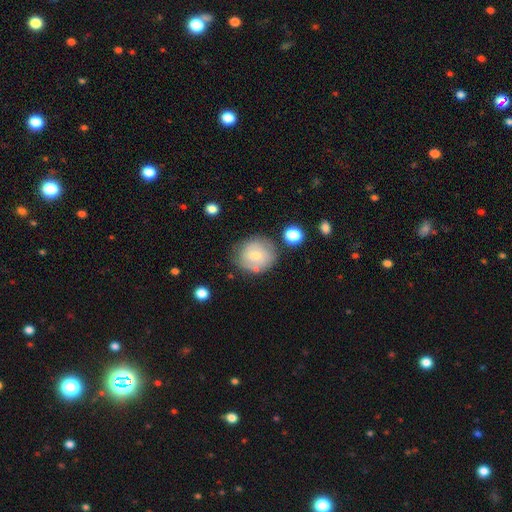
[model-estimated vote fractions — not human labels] This appears to be a smooth galaxy with no disk features (64%) that is round (86%). Merging: none (70%).